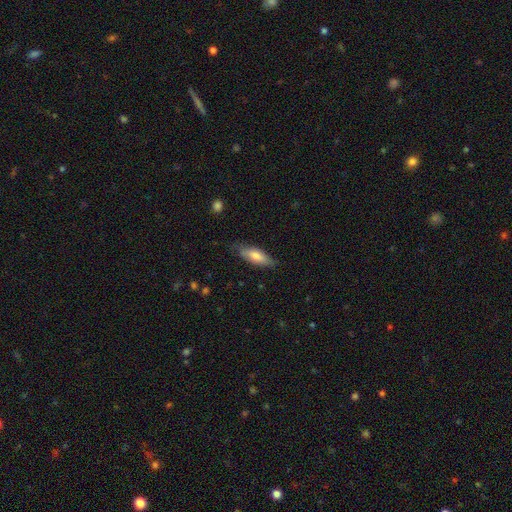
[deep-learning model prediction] smooth-or-featured: smooth: 74% | featured or disk: 20% | star or artifact: 6%
  how-rounded: in between: 60% | cigar-shaped: 38% | round: 2%
  merging: none: 75% | minor disturbance: 20% | major disturbance: 4% | merger: 1%